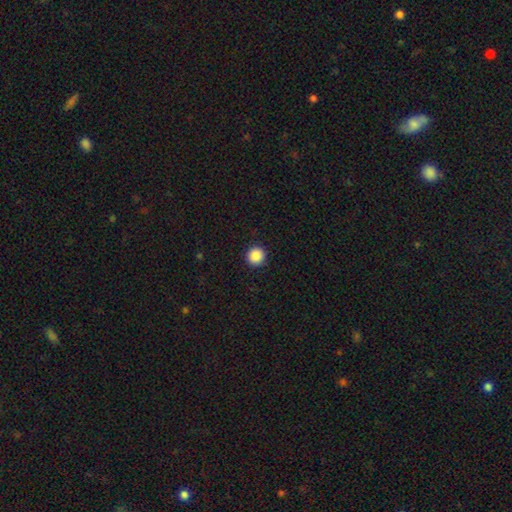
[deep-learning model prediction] Smooth or featured?
  - smooth: 89% *
  - star or artifact: 9%
  - featured or disk: 2%
How rounded?
  - round: 96% *
  - in between: 3%
  - cigar-shaped: 1%
Merging?
  - none: 93% *
  - minor disturbance: 4%
  - major disturbance: 2%
  - merger: 1%